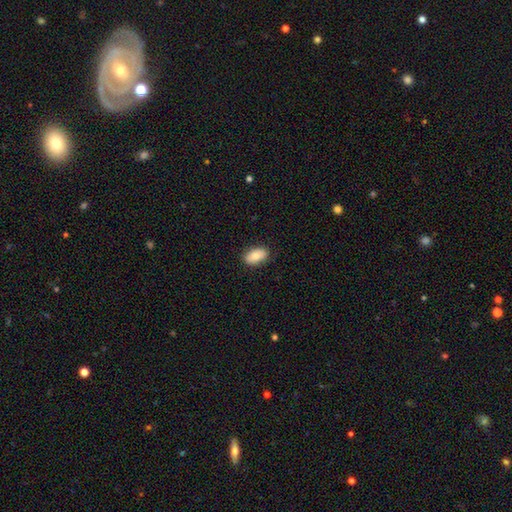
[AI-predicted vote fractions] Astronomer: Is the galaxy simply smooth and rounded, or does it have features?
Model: smooth — 79%.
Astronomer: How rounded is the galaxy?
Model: in between — 91%.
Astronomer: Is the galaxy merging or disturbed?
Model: none — 86%.